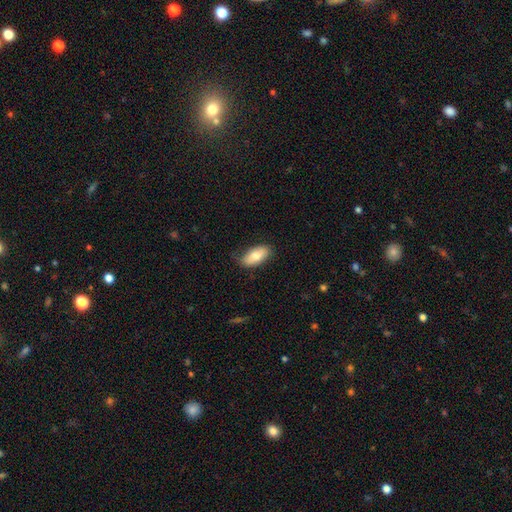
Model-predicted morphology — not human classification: type=smooth (75%); roundness=in between (92%); merging=none (76%).